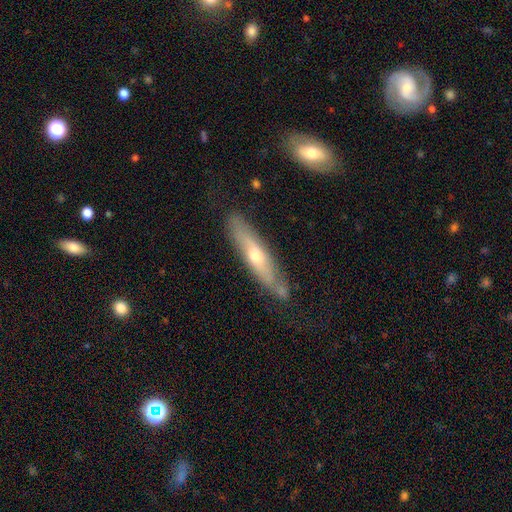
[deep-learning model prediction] Smooth or featured? Predicted: featured or disk (p=0.54). Edge-on disk? Predicted: yes (p=0.68). Merging? Predicted: none (p=0.73).